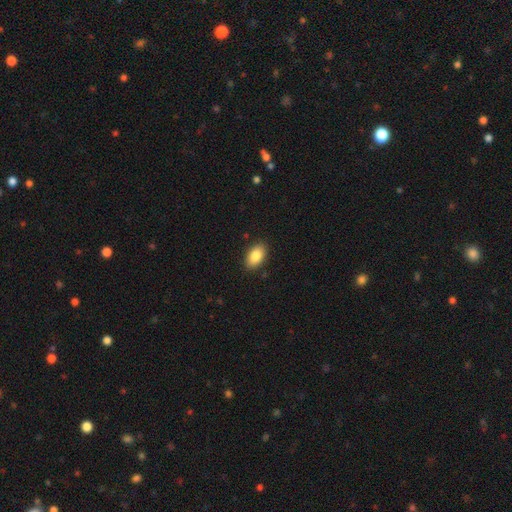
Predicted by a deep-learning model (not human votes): A smooth galaxy with no disk features (86%) that is in between round and cigar-shaped (92%). Merging: none (88%).